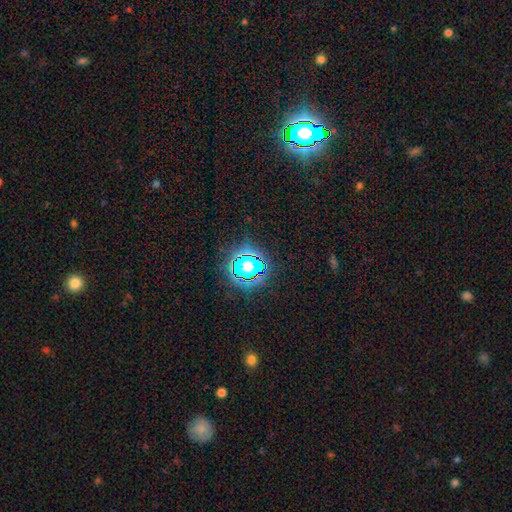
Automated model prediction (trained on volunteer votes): A star or artifact, not a galaxy (81%).